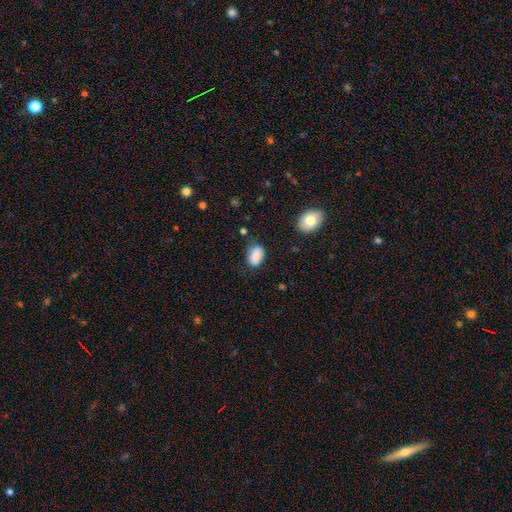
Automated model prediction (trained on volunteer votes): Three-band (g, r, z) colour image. It shows a smooth galaxy with no disk features (83%) that is in between round and cigar-shaped (86%). Merging: none (66%).